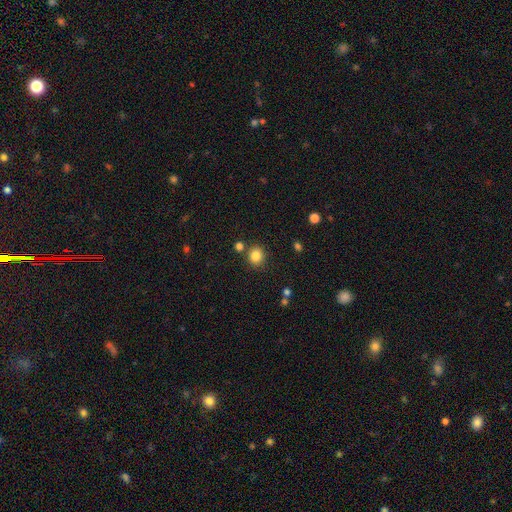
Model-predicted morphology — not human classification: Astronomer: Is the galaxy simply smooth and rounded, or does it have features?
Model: smooth — 84%.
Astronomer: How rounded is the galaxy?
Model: round — 78%.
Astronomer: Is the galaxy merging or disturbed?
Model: none — 79%.